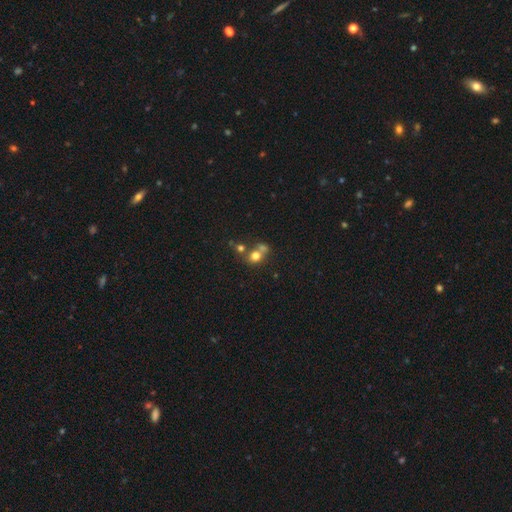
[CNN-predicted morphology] smooth 71%, star or artifact 15%, featured or disk 14%. Down the decision tree: how rounded — round (76%); merging — merger (49%).